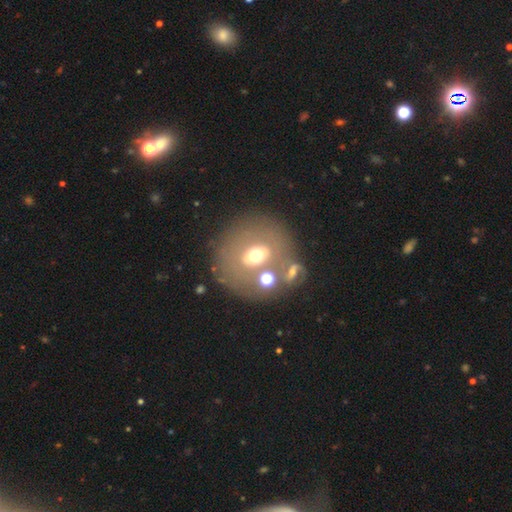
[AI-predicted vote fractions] Smooth or featured? smooth (48%)
Merging? none (60%)